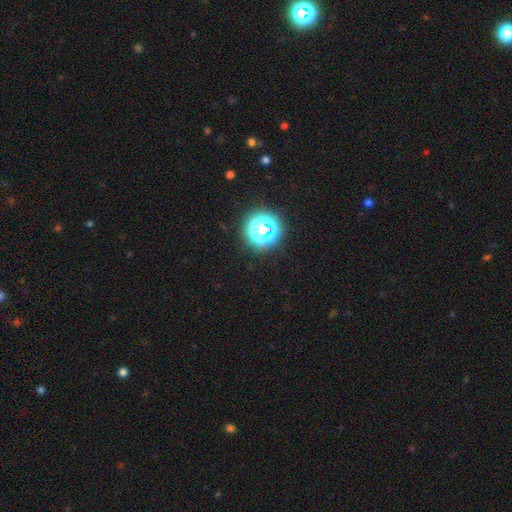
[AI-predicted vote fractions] The model was most divided on "smooth or featured": star or artifact: 77%, smooth: 19%, featured or disk: 5%.